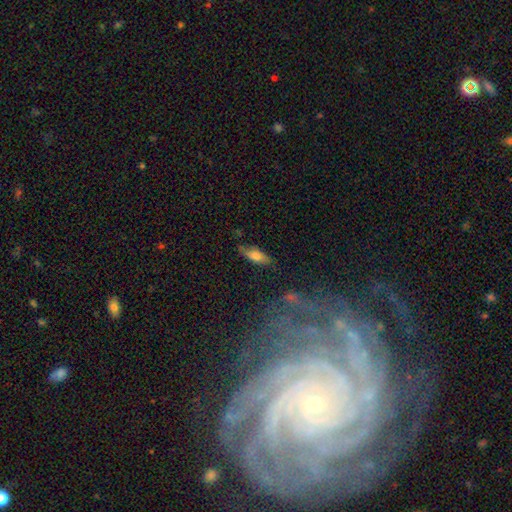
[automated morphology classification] Smooth or featured?
  - smooth: 67% *
  - featured or disk: 25%
  - star or artifact: 7%
How rounded?
  - in between: 57% *
  - cigar-shaped: 40%
  - round: 3%
Merging?
  - none: 74% *
  - minor disturbance: 19%
  - major disturbance: 5%
  - merger: 3%